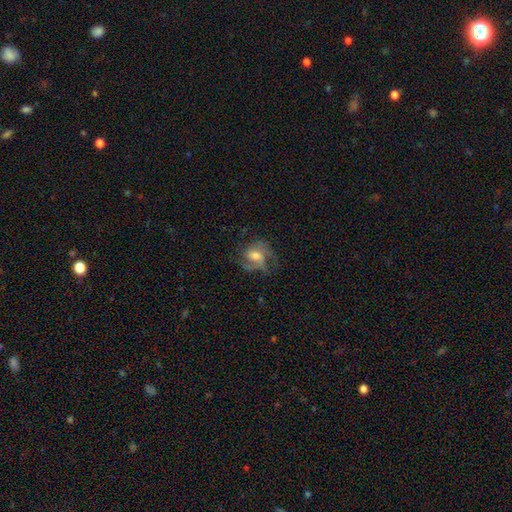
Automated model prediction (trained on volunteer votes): A featured or disk galaxy (74%) with no bar (54%), 2 (44%) medium (49%) spiral arms (92%) and a moderate central bulge (61%). Merging: none (56%).